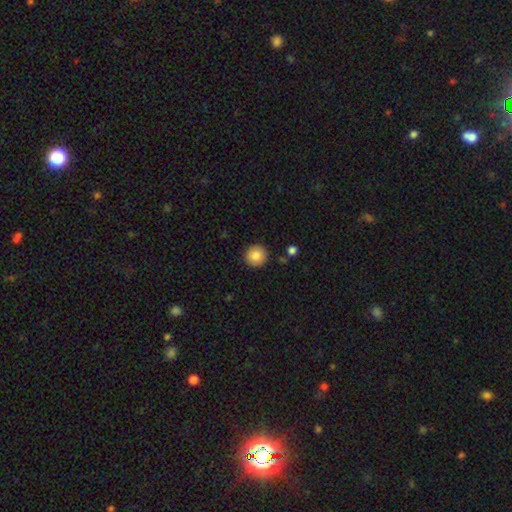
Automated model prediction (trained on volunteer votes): smooth-or-featured: smooth: 85% | star or artifact: 9% | featured or disk: 6%
  how-rounded: round: 95% | in between: 4% | cigar-shaped: 1%
  merging: none: 90% | minor disturbance: 6% | merger: 2% | major disturbance: 2%